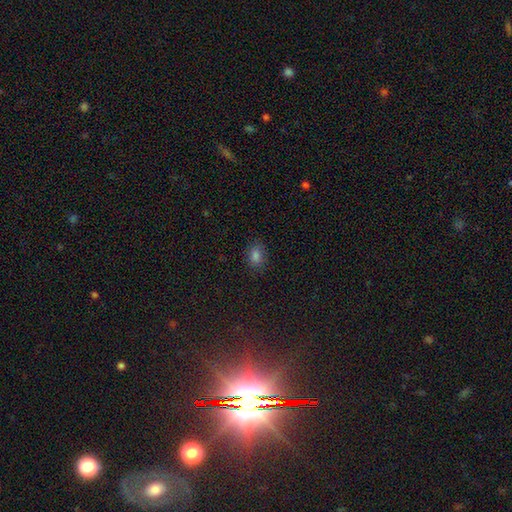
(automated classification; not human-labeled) smooth_or_featured: smooth (p=0.78) [alt: star or artifact p=0.16]
how_rounded: in between (p=0.63) [alt: round p=0.36]
merging: none (p=0.85) [alt: minor disturbance p=0.11]